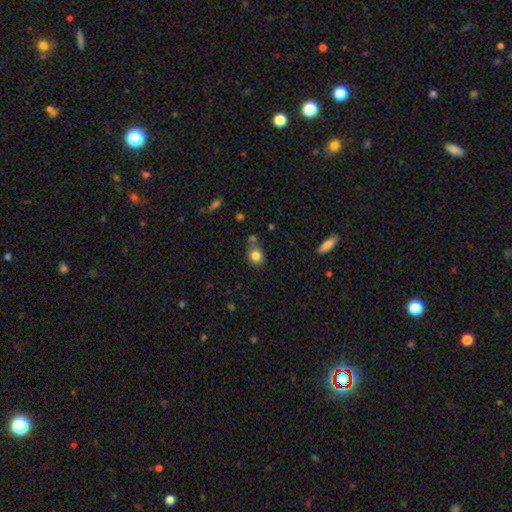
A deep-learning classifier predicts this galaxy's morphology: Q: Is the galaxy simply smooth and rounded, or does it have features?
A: smooth — 82%.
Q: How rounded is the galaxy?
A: round — 54%.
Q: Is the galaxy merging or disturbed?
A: none — 61%.